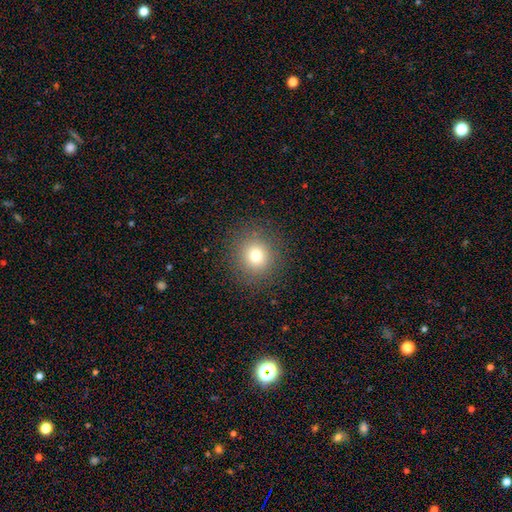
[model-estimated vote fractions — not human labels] Smooth or featured? Predicted: smooth (p=0.76). How rounded? Predicted: round (p=0.89). Merging? Predicted: none (p=0.89).